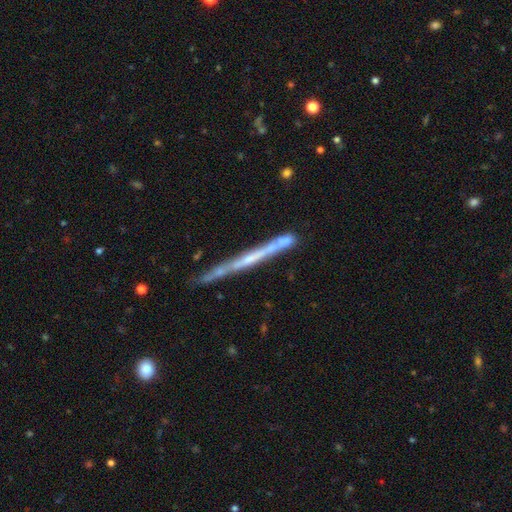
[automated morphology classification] Smooth or featured?
  - featured or disk: 70% *
  - smooth: 24%
  - star or artifact: 7%
Edge-on disk?
  - yes: 96% *
  - no: 4%
Edge-on bulge?
  - none: 72% *
  - rounded: 22%
  - boxy: 6%
Merging?
  - none: 75% *
  - minor disturbance: 15%
  - merger: 7%
  - major disturbance: 3%